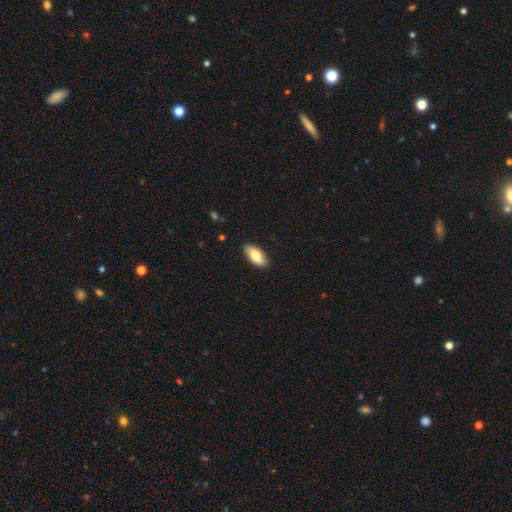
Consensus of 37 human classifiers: A smooth galaxy with no disk features (68%) that is in between round and cigar-shaped (96%). Merging: none (82%).